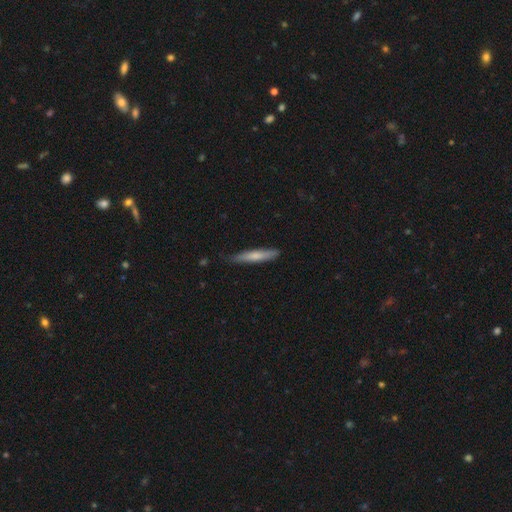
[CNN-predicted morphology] A smooth galaxy with no disk features (67%) that is cigar-shaped (92%). Merging: none (80%).